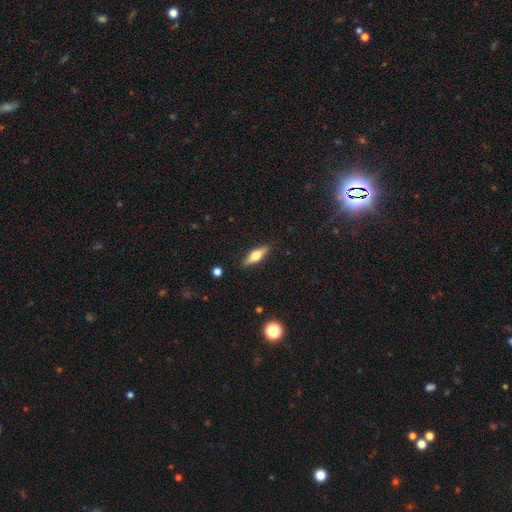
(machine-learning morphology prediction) Q: Smooth or featured?
A: featured or disk (49%); runner-up: smooth (44%)
Q: Merging?
A: none (89%); runner-up: minor disturbance (8%)